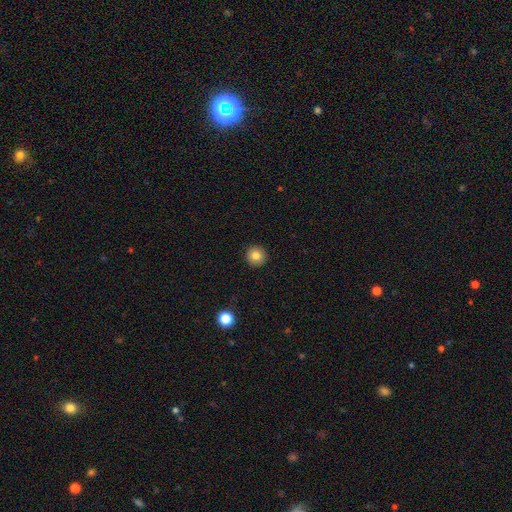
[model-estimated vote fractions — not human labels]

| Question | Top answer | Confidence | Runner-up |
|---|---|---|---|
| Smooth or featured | smooth | 82% | star or artifact (10%) |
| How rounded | round | 96% | in between (3%) |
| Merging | none | 93% | minor disturbance (4%) |